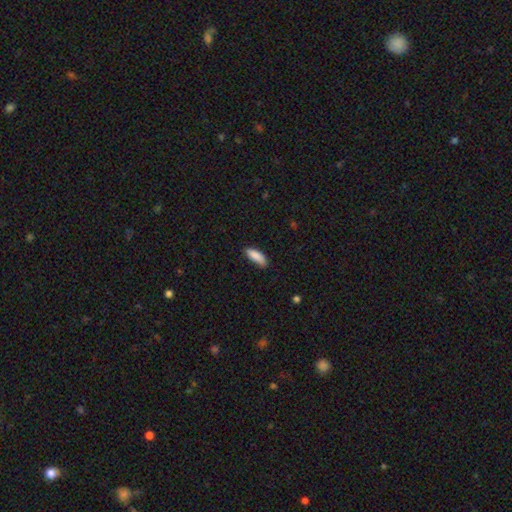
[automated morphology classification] Overall: smooth (88%). How rounded: in between (65%; cigar-shaped 33%). Merging: none (78%).